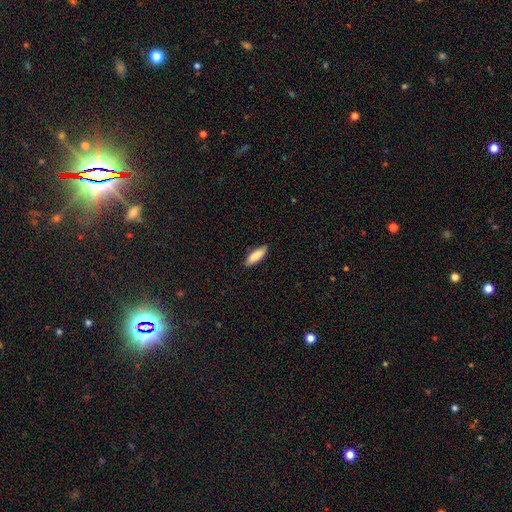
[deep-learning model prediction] A smooth galaxy with no disk features (86%) that is in between round and cigar-shaped (50%). Merging: none (84%).